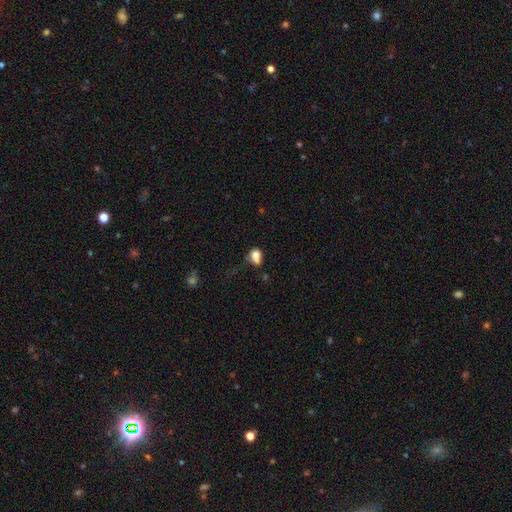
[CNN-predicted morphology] smooth_or_featured: smooth (p=0.77) [alt: featured or disk p=0.12]
how_rounded: in between (p=0.62) [alt: round p=0.36]
merging: none (p=0.31) [alt: minor disturbance p=0.29]